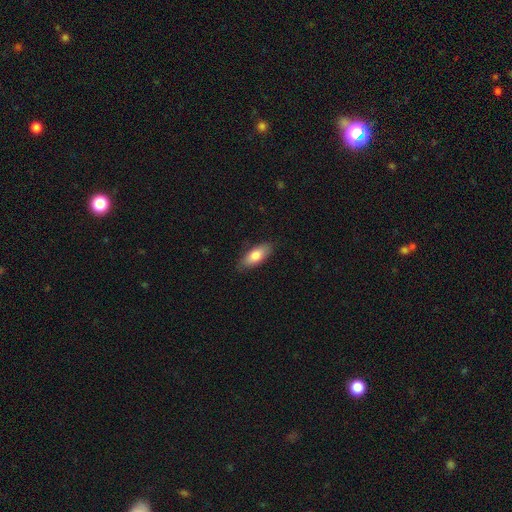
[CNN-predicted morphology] type=smooth (78%); roundness=in between (80%); merging=none (84%).